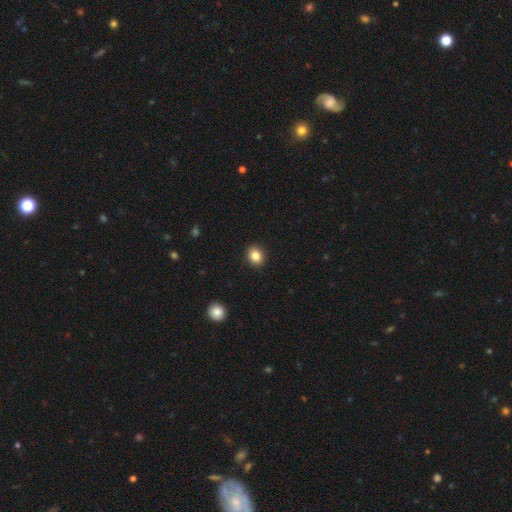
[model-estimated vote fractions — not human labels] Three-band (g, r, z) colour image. It shows a smooth galaxy with no disk features (85%) that is round (60%). Merging: none (91%).